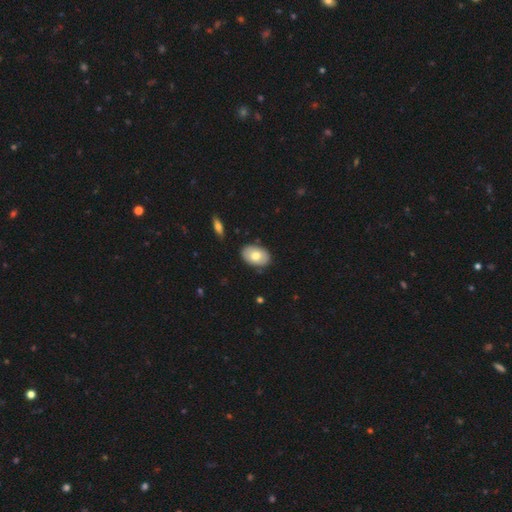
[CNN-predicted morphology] The model was most divided on "smooth or featured": smooth: 70%, featured or disk: 24%, star or artifact: 6%. More confident: how rounded — in between (89%); merging — none (85%).